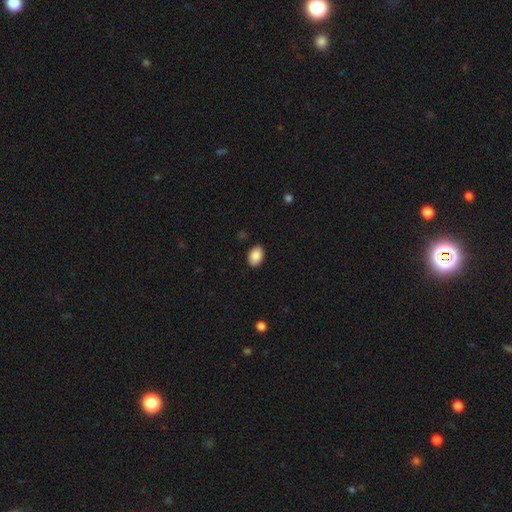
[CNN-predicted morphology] Overall: smooth (88%). How rounded: in between (89%). Merging: none (88%).